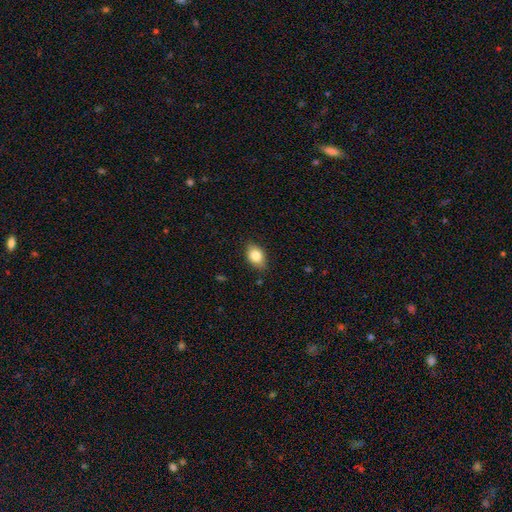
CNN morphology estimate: Smooth or featured: smooth — 81% (featured or disk — 10%)
How rounded: in between — 78% (round — 21%)
Merging: none — 79% (minor disturbance — 17%)